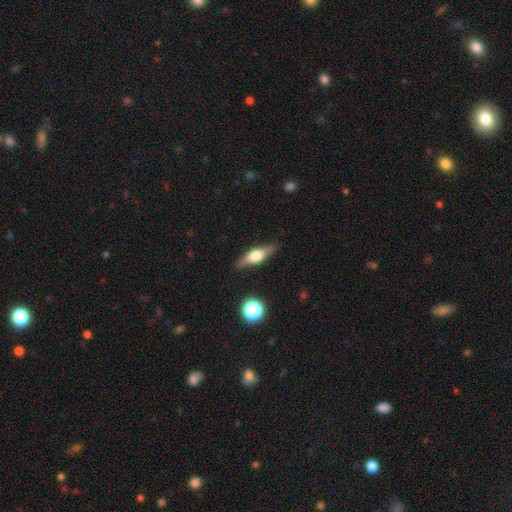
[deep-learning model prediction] This is possibly a featured or disk galaxy (57%). It is clearly viewed edge-on (93%). Edge-on bulge: clearly rounded (94%). Merging: clearly none (86%).